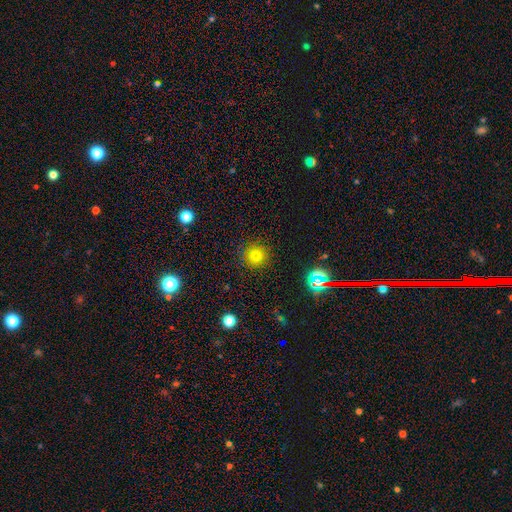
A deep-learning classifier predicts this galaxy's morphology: Smooth or featured: smooth — 75% (star or artifact — 18%)
How rounded: round — 95% (in between — 4%)
Merging: none — 91% (minor disturbance — 6%)